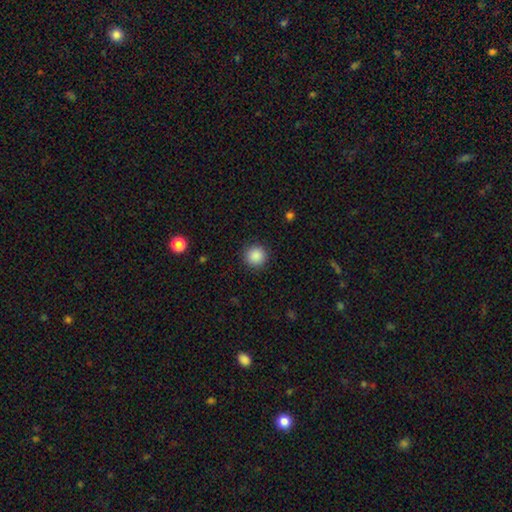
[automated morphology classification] smooth_or_featured: smooth (p=0.88) [alt: star or artifact p=0.09]
how_rounded: round (p=0.95) [alt: in between p=0.04]
merging: none (p=0.91) [alt: minor disturbance p=0.06]